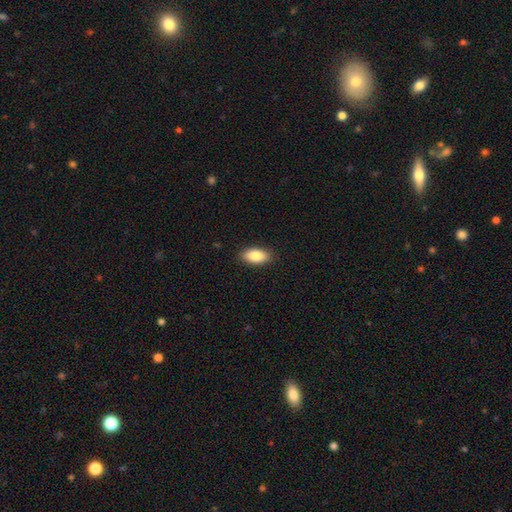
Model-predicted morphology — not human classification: Q: Smooth or featured?
A: smooth (85%); runner-up: featured or disk (9%)
Q: How rounded?
A: in between (91%); runner-up: cigar-shaped (6%)
Q: Merging?
A: none (89%); runner-up: minor disturbance (8%)